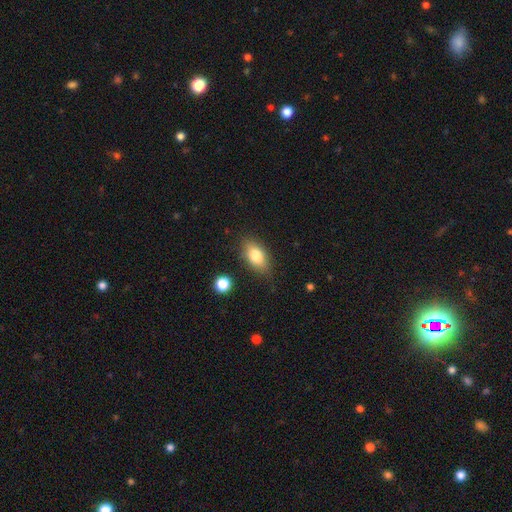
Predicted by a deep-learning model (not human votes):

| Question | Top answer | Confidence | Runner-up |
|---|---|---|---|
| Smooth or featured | smooth | 80% | featured or disk (12%) |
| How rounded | in between | 88% | round (7%) |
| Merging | none | 81% | minor disturbance (13%) |